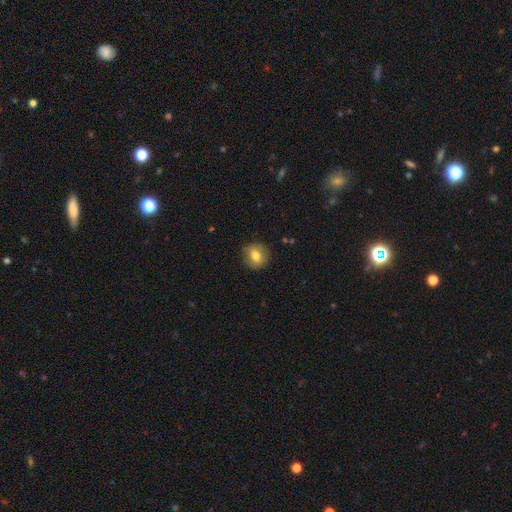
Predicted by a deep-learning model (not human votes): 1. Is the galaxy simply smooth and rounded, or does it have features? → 76% smooth, 15% featured or disk, 9% star or artifact.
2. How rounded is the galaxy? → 80% round, 19% in between, 1% cigar-shaped.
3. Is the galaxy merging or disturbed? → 85% none, 11% minor disturbance, 3% major disturbance, 1% merger.